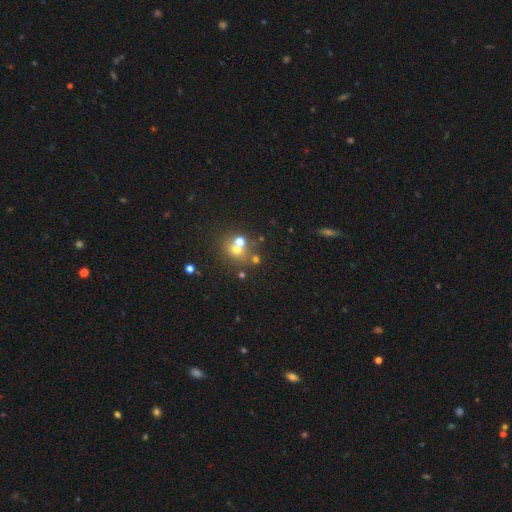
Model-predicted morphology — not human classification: type=smooth (52%); roundness=round (79%); merging=none (50%).